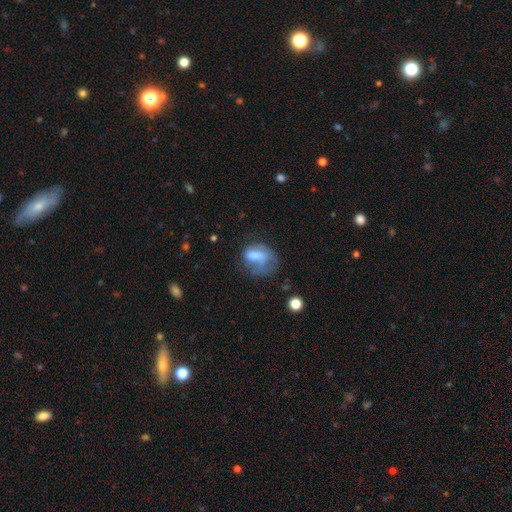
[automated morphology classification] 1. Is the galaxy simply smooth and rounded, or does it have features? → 56% smooth, 34% featured or disk, 10% star or artifact.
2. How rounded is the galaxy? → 69% in between, 29% round, 3% cigar-shaped.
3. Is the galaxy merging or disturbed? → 35% major disturbance, 34% none, 28% minor disturbance, 3% merger.